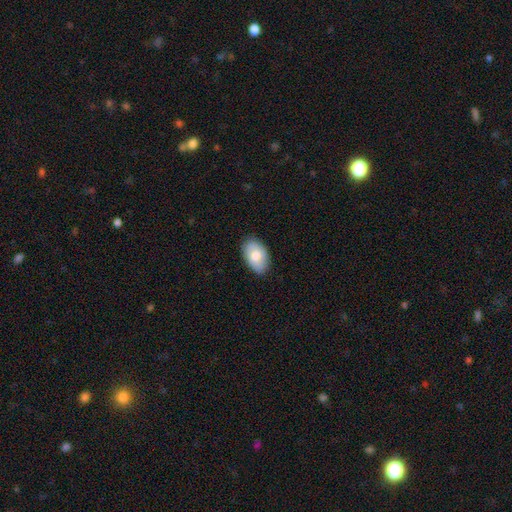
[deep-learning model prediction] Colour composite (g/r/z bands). It shows a smooth galaxy with no disk features (75%) that is in between round and cigar-shaped (92%). Merging: none (84%).